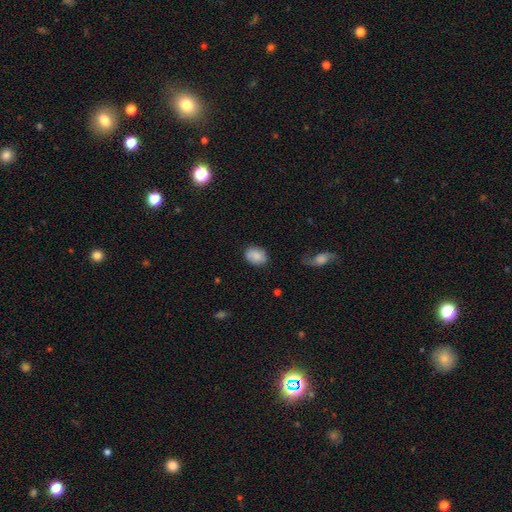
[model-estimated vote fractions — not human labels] Morphology: type=smooth (83%); roundness=in between (70%); merging=none (77%).